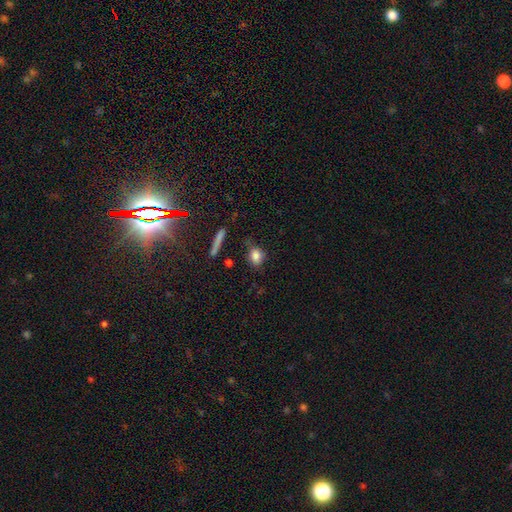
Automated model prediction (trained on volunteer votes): Morphology: type=smooth (82%); roundness=in between (50%); merging=none (63%).